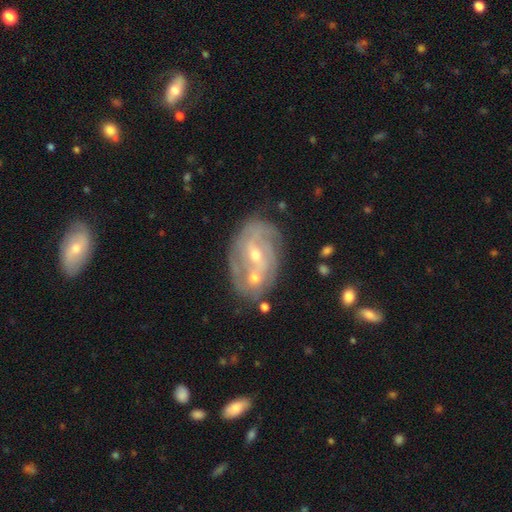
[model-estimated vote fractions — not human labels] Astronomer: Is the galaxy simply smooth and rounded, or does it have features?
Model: featured or disk — 83%.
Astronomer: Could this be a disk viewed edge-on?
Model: no — 96%.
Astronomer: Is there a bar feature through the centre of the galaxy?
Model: weak — 48% (runner-up: no, 34%).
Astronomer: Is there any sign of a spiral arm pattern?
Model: yes — 89%.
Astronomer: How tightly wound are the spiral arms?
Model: tight — 50% (runner-up: medium, 37%).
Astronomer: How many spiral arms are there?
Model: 2 — 34% (runner-up: can't tell, 29%).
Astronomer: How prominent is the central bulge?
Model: small — 49% (runner-up: moderate, 48%).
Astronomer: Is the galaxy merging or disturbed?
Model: none — 52%.